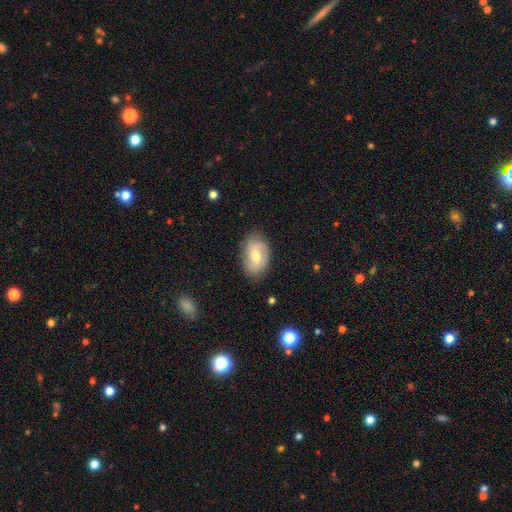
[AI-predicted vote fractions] Smooth or featured? featured or disk (48%)
Merging? none (80%)